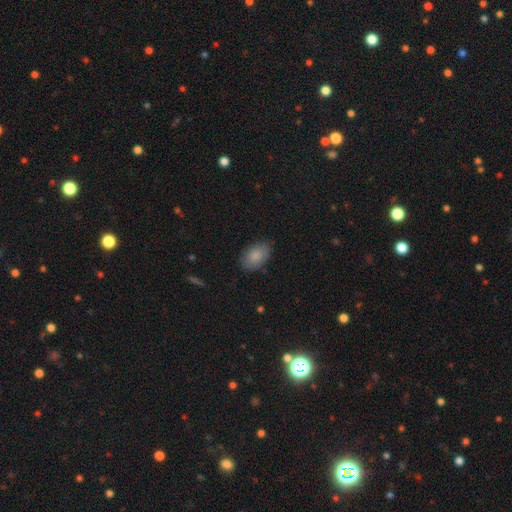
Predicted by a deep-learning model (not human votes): A smooth galaxy with no disk features (84%) that is in between round and cigar-shaped (91%). Merging: none (81%).